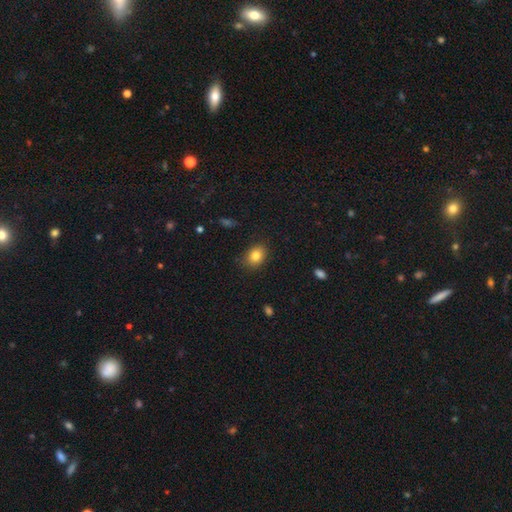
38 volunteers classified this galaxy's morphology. smooth_or_featured: smooth (p=0.92) [alt: featured or disk p=0.05]
how_rounded: in between (p=0.60) [alt: round p=0.37]
merging: none (p=0.86) [alt: minor disturbance p=0.11]